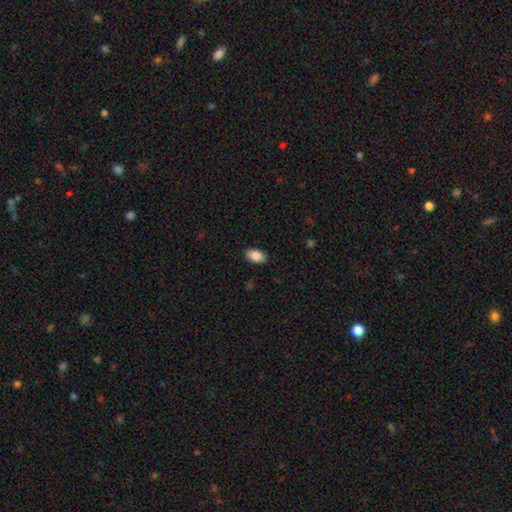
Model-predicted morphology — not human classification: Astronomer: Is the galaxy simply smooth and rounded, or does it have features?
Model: smooth — 87%.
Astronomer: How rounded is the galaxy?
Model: in between — 93%.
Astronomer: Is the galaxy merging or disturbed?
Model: none — 88%.